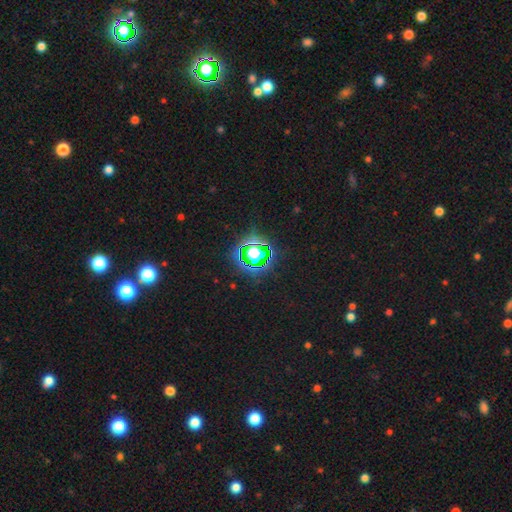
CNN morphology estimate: Overall: star or artifact (68%).